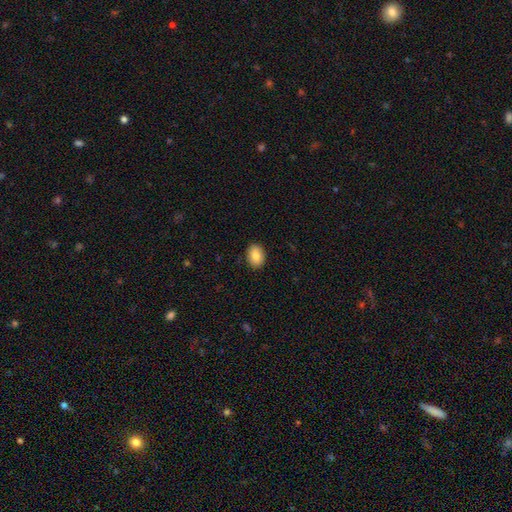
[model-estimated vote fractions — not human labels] Smooth or featured: smooth — 86% (star or artifact — 7%)
How rounded: in between — 72% (round — 27%)
Merging: none — 90% (minor disturbance — 8%)